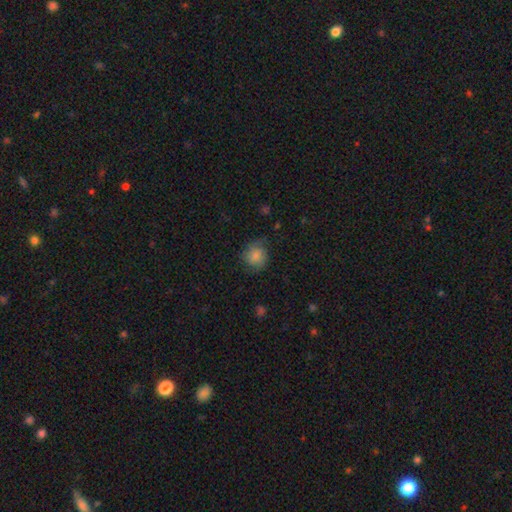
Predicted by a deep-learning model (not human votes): The model was most divided on "merging": none: 68%, minor disturbance: 24%, major disturbance: 7%, merger: 1%. More confident: how rounded — round (81%); smooth or featured — smooth (80%).